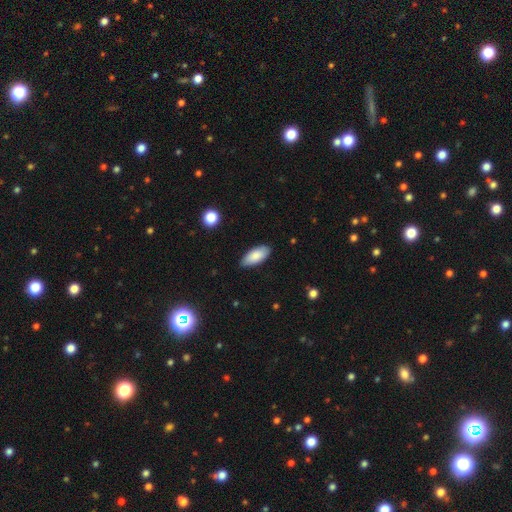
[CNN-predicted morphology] This appears to be a smooth galaxy with no disk features (85%) that is in between round and cigar-shaped (89%). Merging: none (86%).